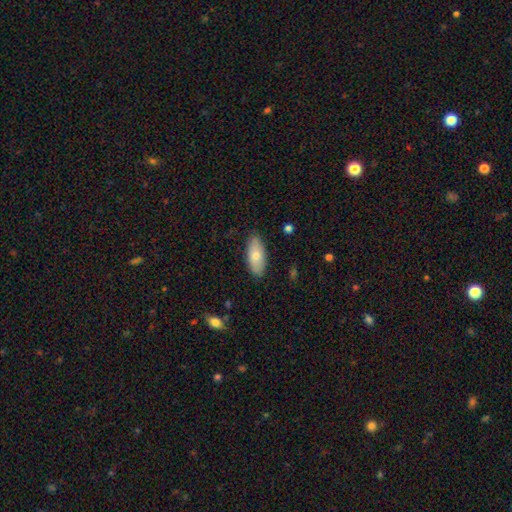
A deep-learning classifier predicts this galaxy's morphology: Q: Smooth or featured?
A: smooth (75%); runner-up: featured or disk (19%)
Q: How rounded?
A: in between (88%); runner-up: cigar-shaped (9%)
Q: Merging?
A: none (85%); runner-up: minor disturbance (12%)